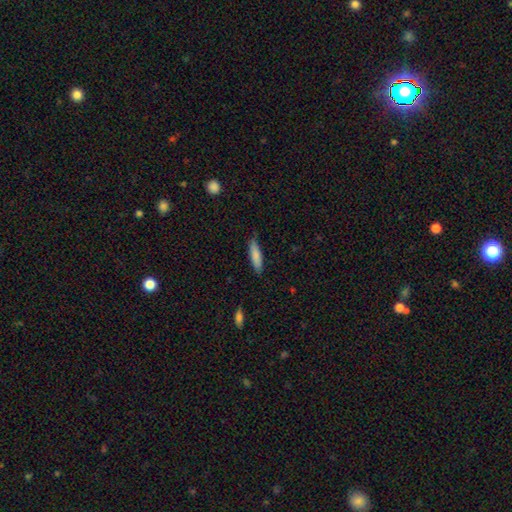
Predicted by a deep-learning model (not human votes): Smooth or featured?
  - smooth: 83% *
  - featured or disk: 12%
  - star or artifact: 6%
How rounded?
  - cigar-shaped: 73% *
  - in between: 25%
  - round: 1%
Merging?
  - none: 81% *
  - minor disturbance: 15%
  - major disturbance: 2%
  - merger: 1%